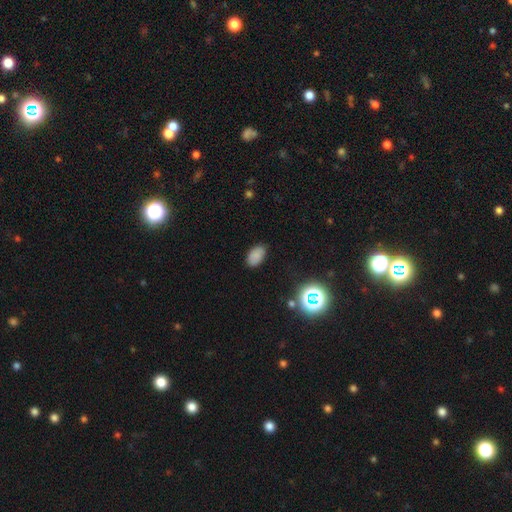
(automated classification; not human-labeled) smooth_or_featured: smooth (p=0.80) [alt: star or artifact p=0.15]
how_rounded: in between (p=0.92) [alt: round p=0.06]
merging: none (p=0.84) [alt: minor disturbance p=0.12]